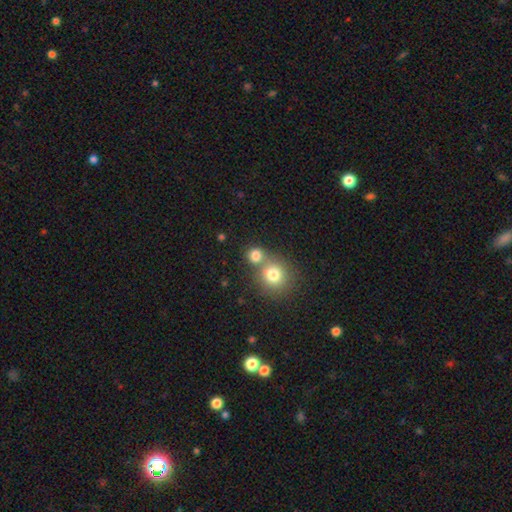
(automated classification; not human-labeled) Q: Smooth or featured?
A: smooth (80%); runner-up: star or artifact (12%)
Q: How rounded?
A: round (84%); runner-up: in between (15%)
Q: Merging?
A: none (48%); runner-up: merger (42%)